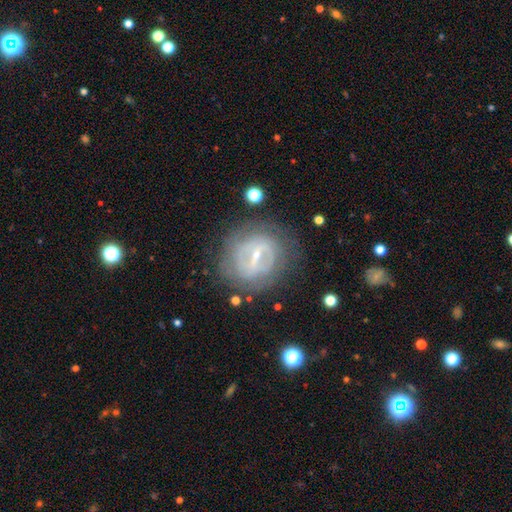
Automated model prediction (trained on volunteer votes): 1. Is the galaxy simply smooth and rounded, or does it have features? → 77% featured or disk, 16% smooth, 7% star or artifact.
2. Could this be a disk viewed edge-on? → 95% no, 5% yes.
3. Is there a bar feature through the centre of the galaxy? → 52% strong, 36% weak, 12% no.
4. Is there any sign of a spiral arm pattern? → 59% yes, 41% no.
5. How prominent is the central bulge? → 74% small, 20% moderate, 3% none, 1% large, 1% dominant.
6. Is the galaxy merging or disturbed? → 74% none, 16% minor disturbance, 9% major disturbance, 2% merger.